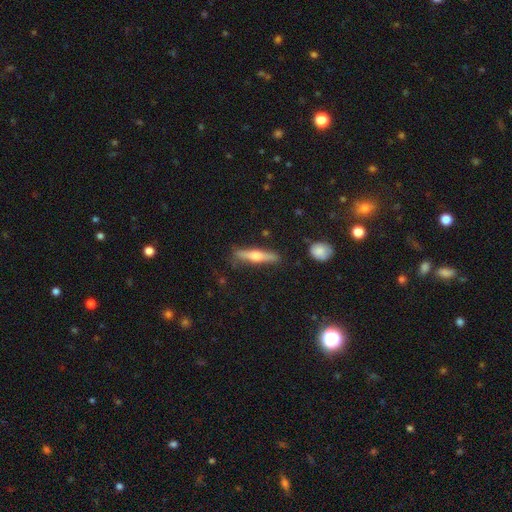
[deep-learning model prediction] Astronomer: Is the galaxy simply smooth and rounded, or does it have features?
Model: featured or disk — 52% (runner-up: smooth, 42%).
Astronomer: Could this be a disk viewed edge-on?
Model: yes — 95%.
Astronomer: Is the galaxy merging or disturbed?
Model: none — 85%.